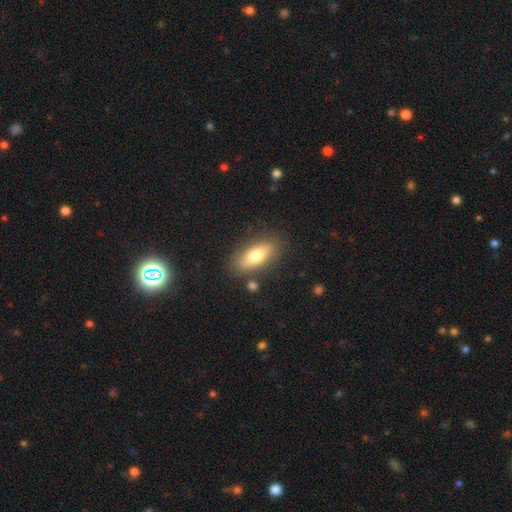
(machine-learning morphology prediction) Smooth or featured? Predicted: smooth (p=0.72). How rounded? Predicted: in between (p=0.76). Merging? Predicted: none (p=0.82).